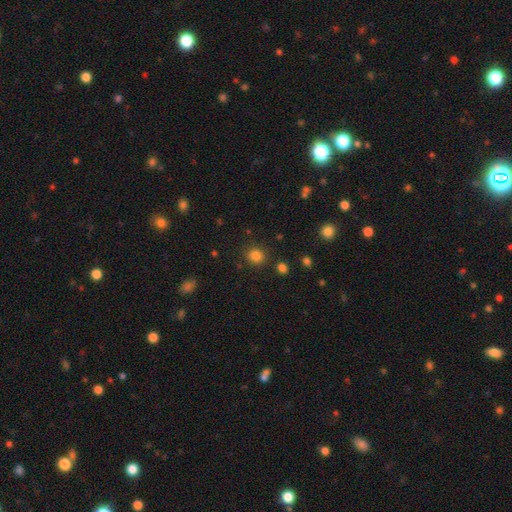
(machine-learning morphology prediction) This is clearly a smooth galaxy (83%). How rounded: clearly round (85%). Merging: clearly none (86%).